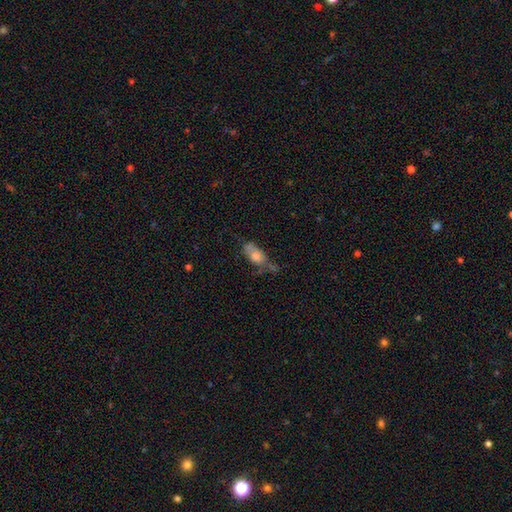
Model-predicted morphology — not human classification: This appears to be a smooth galaxy with no disk features (57%) that is in between round and cigar-shaped (74%). Merging: none (38%).